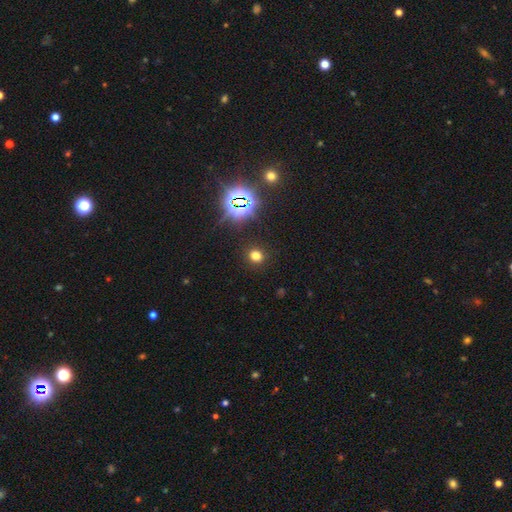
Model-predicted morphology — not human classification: This is likely a smooth galaxy (69%). How rounded: likely round (76%). Merging: clearly none (89%).